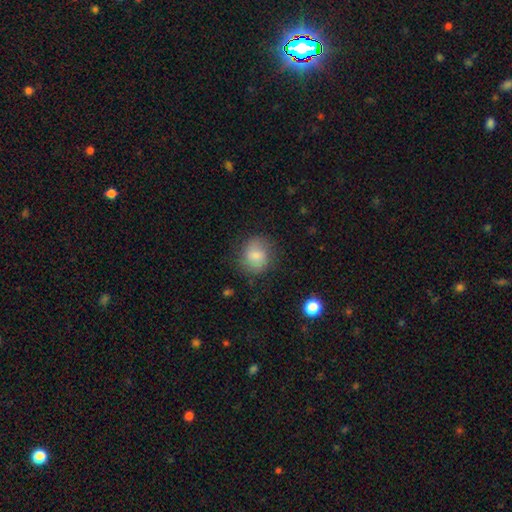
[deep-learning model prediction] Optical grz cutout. It shows a smooth galaxy with no disk features (75%) that is round (72%). Merging: none (73%).